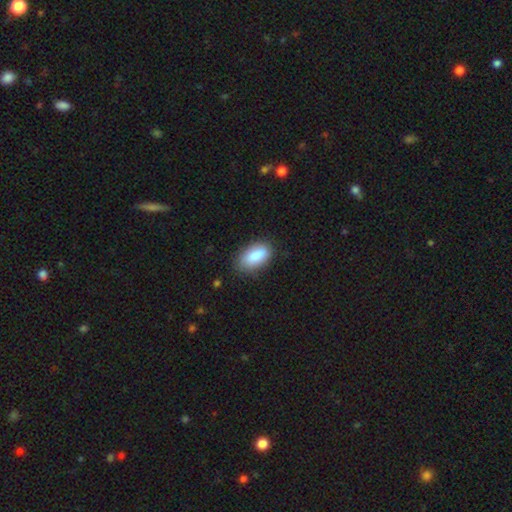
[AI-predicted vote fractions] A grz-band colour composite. It shows a smooth galaxy with no disk features (86%) that is in between round and cigar-shaped (90%). Merging: none (80%).